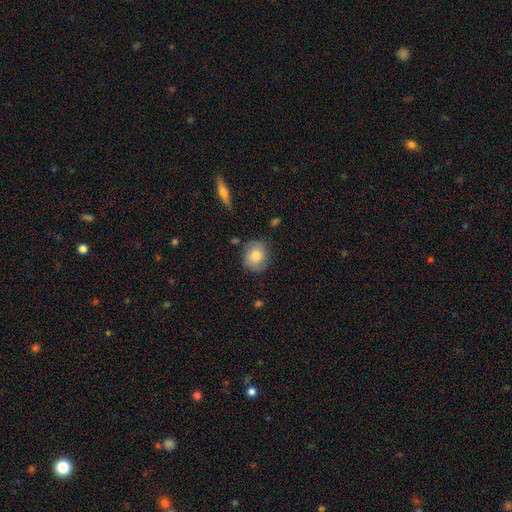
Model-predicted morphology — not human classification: This appears to be a smooth galaxy with no disk features (68%) that is round (81%). Merging: none (76%).